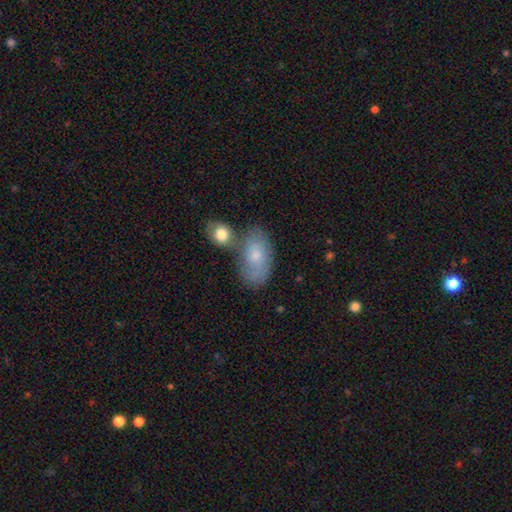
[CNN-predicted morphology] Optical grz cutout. It shows a smooth galaxy with no disk features (59%) that is in between round and cigar-shaped (90%). Merging: none (45%).